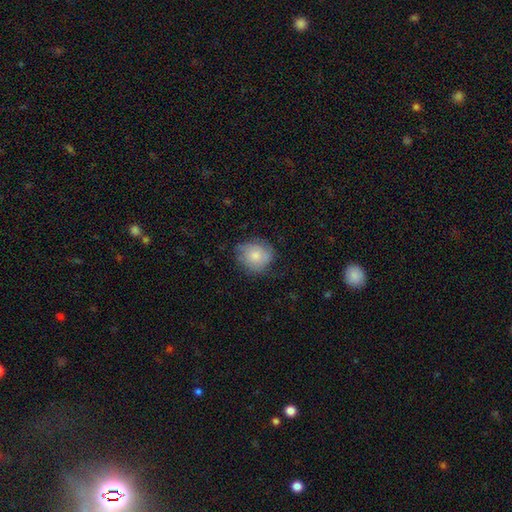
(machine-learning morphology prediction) This appears to be a smooth galaxy with no disk features (76%) that is round (76%). Merging: none (63%).